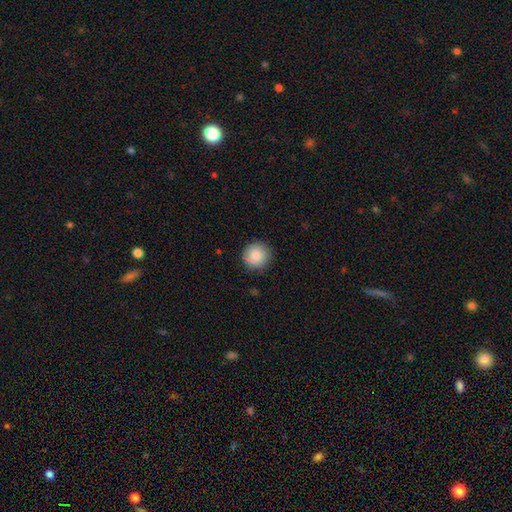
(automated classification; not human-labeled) This appears to be a smooth galaxy with no disk features (87%) that is round (95%). Merging: none (89%).